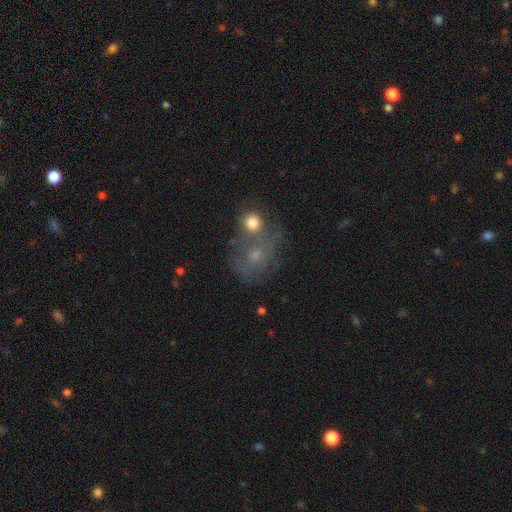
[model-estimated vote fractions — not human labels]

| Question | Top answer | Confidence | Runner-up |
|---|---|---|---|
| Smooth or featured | smooth | 47% | featured or disk (32%) |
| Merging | none | 39% | merger (38%) |